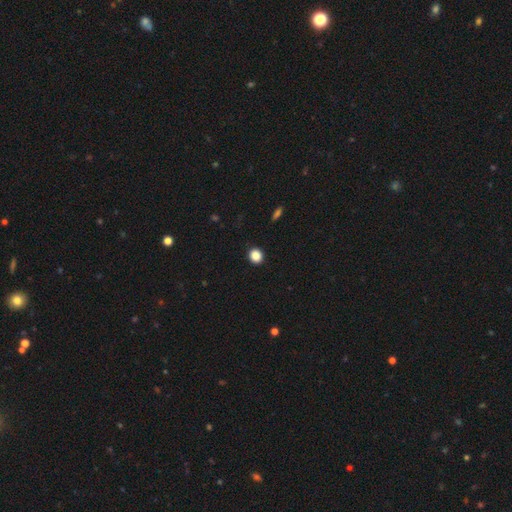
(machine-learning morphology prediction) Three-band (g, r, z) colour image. It shows a smooth galaxy with no disk features (87%) that is round (82%). Merging: none (92%).